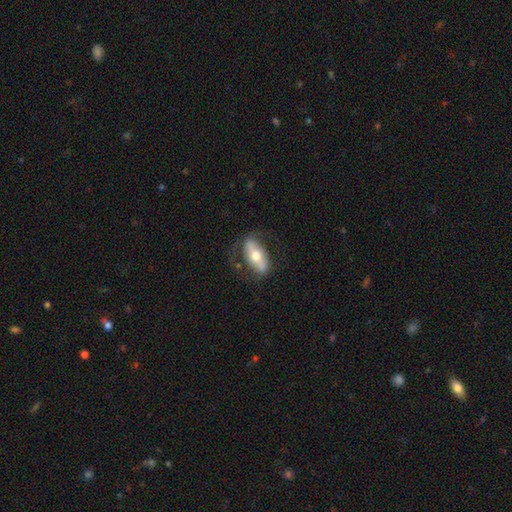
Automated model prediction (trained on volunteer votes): Smooth or featured? featured or disk (49%)
Merging? none (69%)